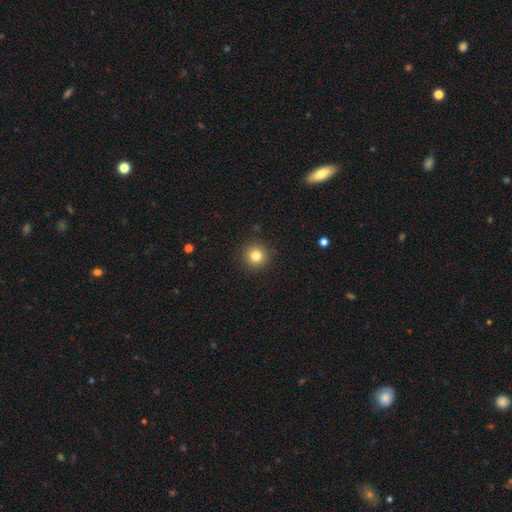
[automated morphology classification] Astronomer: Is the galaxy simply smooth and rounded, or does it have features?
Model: smooth — 81%.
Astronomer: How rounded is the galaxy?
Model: round — 95%.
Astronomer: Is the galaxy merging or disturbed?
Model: none — 91%.